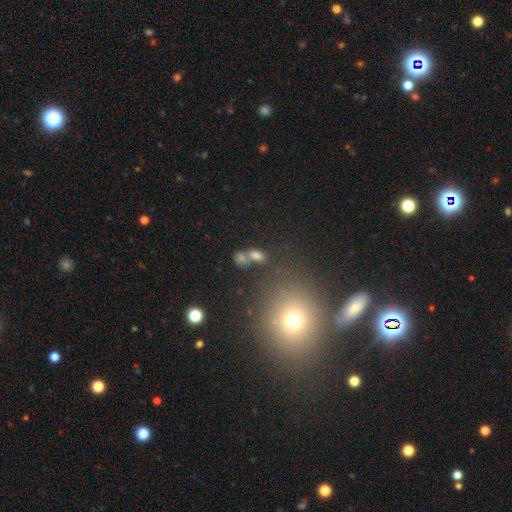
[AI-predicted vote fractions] smooth-or-featured: smooth: 62% | star or artifact: 23% | featured or disk: 14%
  how-rounded: in between: 65% | round: 30% | cigar-shaped: 5%
  merging: none: 48% | merger: 33% | minor disturbance: 11% | major disturbance: 8%